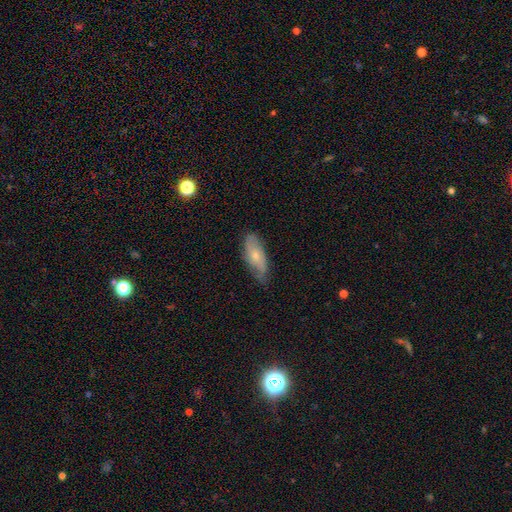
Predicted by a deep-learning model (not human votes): The model was most divided on "smooth or featured": smooth: 59%, featured or disk: 34%, star or artifact: 6%. More confident: how rounded — in between (76%); merging — none (65%).